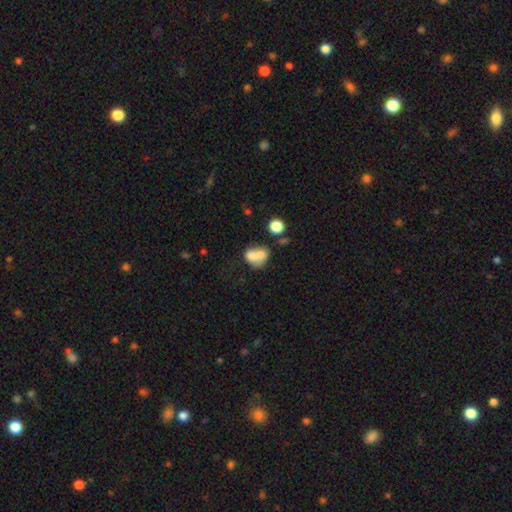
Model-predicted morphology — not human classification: type=smooth (68%); roundness=in between (52%); merging=merger (64%).